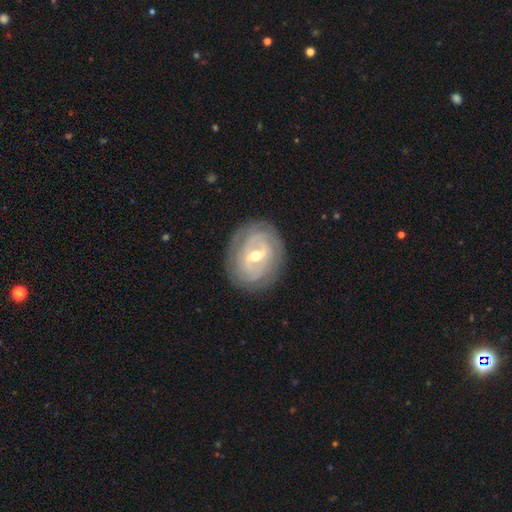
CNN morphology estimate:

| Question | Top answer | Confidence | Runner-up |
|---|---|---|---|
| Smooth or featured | featured or disk | 77% | smooth (17%) |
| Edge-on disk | no | 95% | yes (5%) |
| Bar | weak | 45% | strong (33%) |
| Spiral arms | yes | 70% | no (30%) |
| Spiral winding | tight | 74% | medium (18%) |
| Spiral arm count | can't tell | 46% | 2 (33%) |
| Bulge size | moderate | 61% | small (35%) |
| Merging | none | 81% | minor disturbance (14%) |